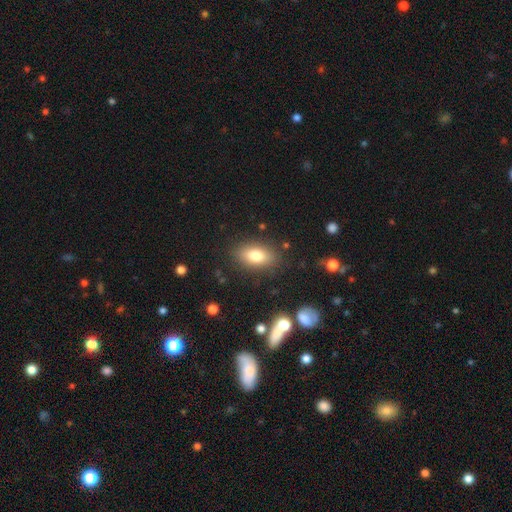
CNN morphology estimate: smooth_or_featured: smooth (p=0.79) [alt: featured or disk p=0.12]
how_rounded: in between (p=0.87) [alt: round p=0.08]
merging: none (p=0.84) [alt: minor disturbance p=0.10]